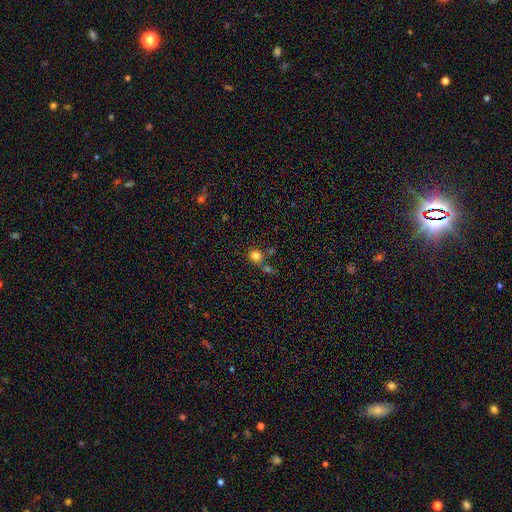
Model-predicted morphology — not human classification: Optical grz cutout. It shows a smooth galaxy with no disk features (81%) that is round (89%). Merging: none (63%).